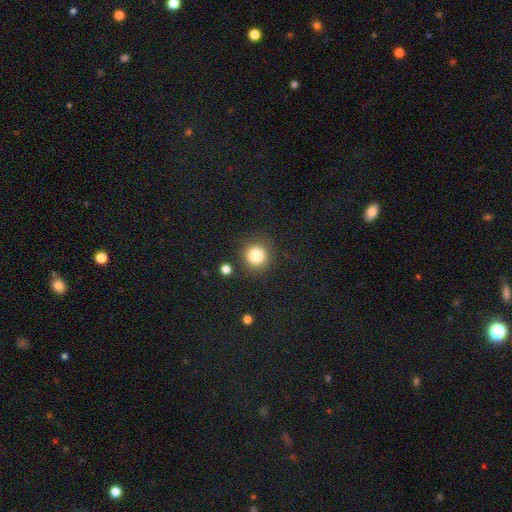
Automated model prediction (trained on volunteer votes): A smooth galaxy with no disk features (84%) that is round (93%). Merging: none (85%).